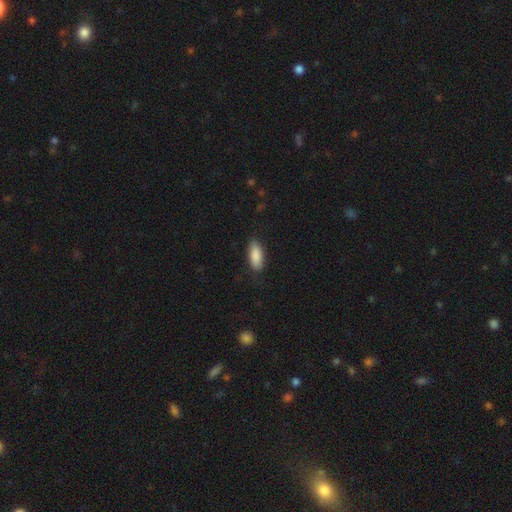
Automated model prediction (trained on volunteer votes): Smooth or featured? Predicted: smooth (p=0.88). How rounded? Predicted: in between (p=0.83). Merging? Predicted: none (p=0.82).